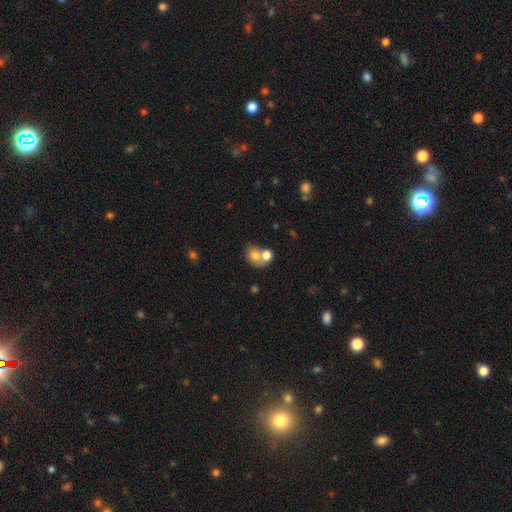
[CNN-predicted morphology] This appears to be a smooth galaxy with no disk features (71%) that is round (57%). Merging: merger (57%).